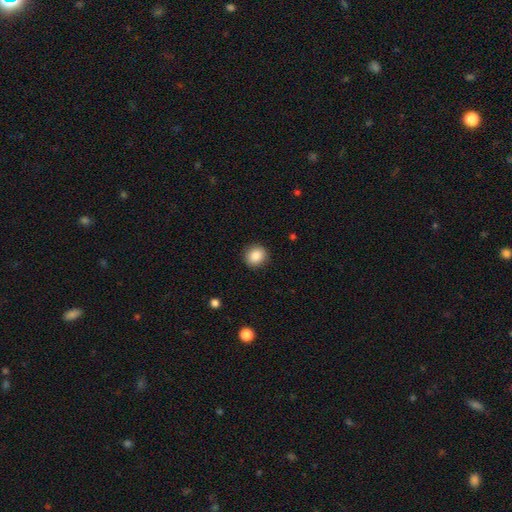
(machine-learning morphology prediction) A smooth galaxy with no disk features (87%) that is round (82%).

Vote fractions:
- Smooth or featured? smooth: 87% / star or artifact: 8% / featured or disk: 4%
- How rounded? round: 82% / in between: 17% / cigar-shaped: 1%
- Merging? none: 90% / minor disturbance: 7% / major disturbance: 2% / merger: 1%